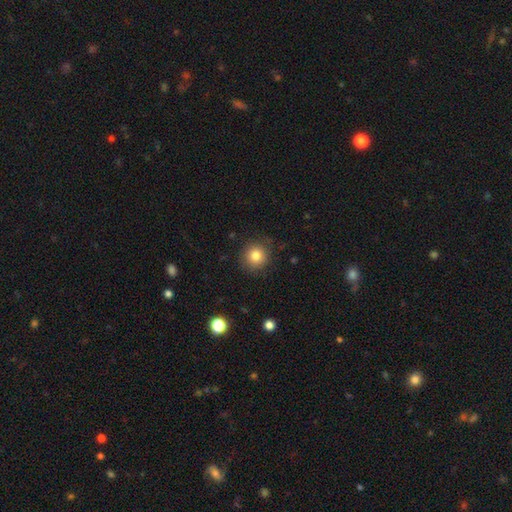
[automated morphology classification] smooth 82%, star or artifact 10%, featured or disk 8%. Down the decision tree: how rounded — round (93%); merging — none (87%).